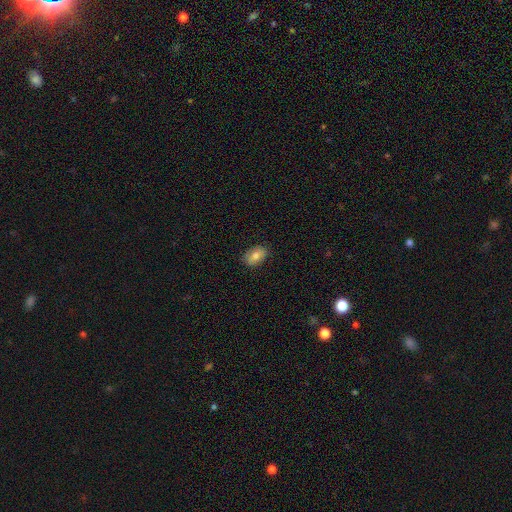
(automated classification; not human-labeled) Q: Smooth or featured?
A: smooth (74%); runner-up: featured or disk (18%)
Q: How rounded?
A: in between (87%); runner-up: round (11%)
Q: Merging?
A: none (85%); runner-up: minor disturbance (12%)